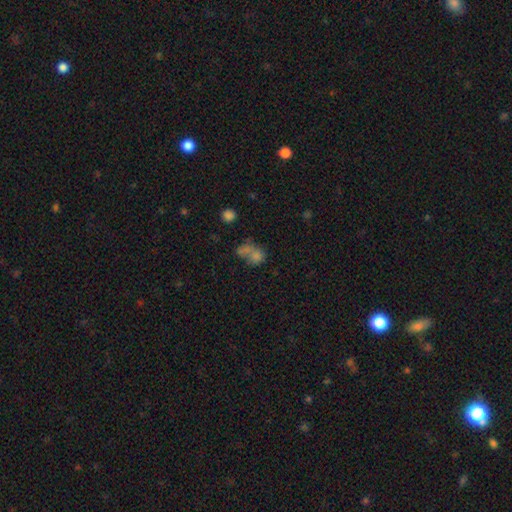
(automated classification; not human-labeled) This appears to be a smooth galaxy with no disk features (69%) that is round (50%). Merging: merger (53%).